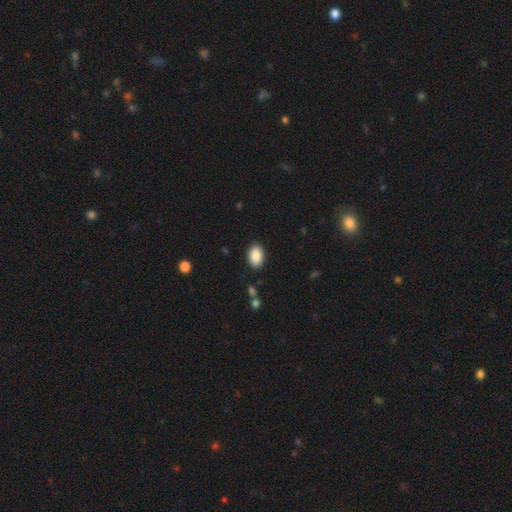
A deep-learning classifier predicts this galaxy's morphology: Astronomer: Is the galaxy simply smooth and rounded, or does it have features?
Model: smooth — 90%.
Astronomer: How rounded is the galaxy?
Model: in between — 90%.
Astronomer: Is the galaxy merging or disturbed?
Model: none — 89%.